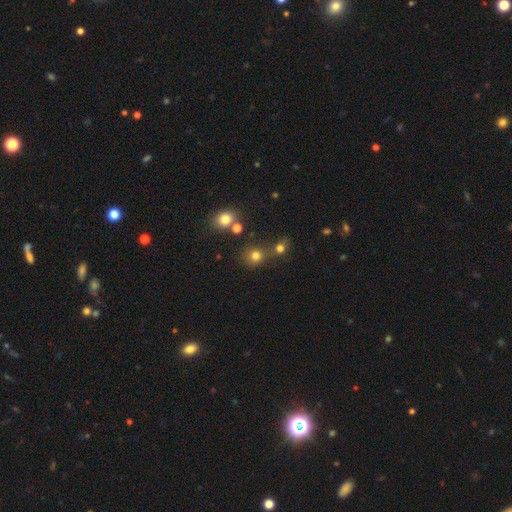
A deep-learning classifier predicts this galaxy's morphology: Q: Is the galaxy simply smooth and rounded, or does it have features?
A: smooth — 75%.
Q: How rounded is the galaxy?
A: round — 85%.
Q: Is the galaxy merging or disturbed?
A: none — 62%.